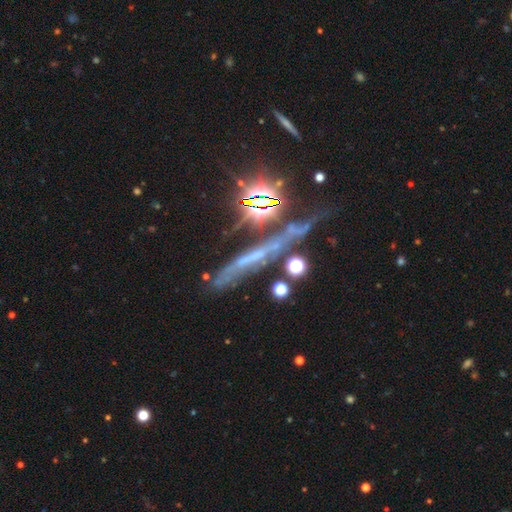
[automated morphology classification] featured or disk 46%, star or artifact 36%, smooth 18%. Down the decision tree: merging — none (56%).